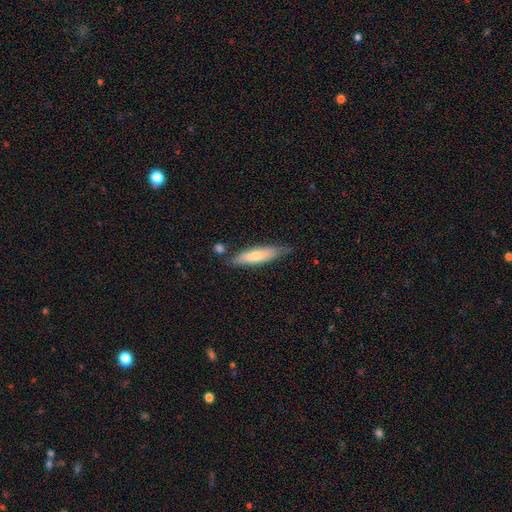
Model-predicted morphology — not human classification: type=smooth (63%); roundness=cigar-shaped (79%); merging=none (75%).